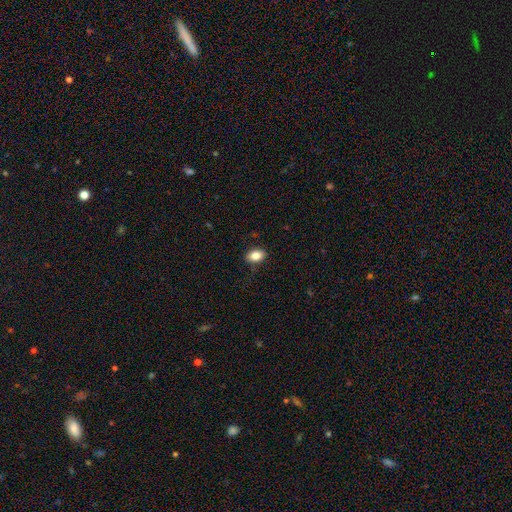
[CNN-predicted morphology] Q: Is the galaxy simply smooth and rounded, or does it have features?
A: smooth — 84%.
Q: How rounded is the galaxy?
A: in between — 87%.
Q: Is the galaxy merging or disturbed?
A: none — 85%.